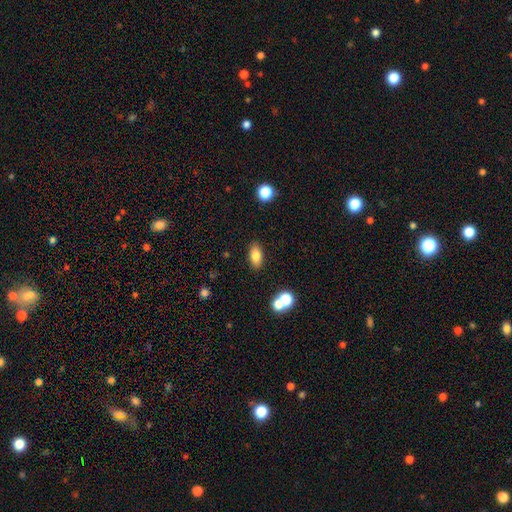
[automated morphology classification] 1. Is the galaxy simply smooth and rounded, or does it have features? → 78% smooth, 13% featured or disk, 9% star or artifact.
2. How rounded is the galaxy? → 88% in between, 7% cigar-shaped, 5% round.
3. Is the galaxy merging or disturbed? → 86% none, 9% minor disturbance, 3% merger, 2% major disturbance.